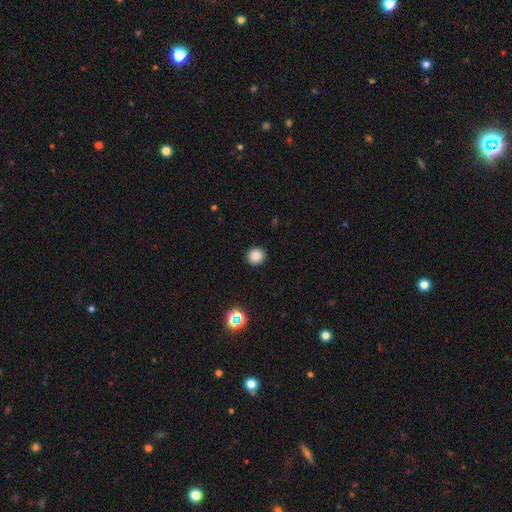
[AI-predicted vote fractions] Morphology: type=smooth (84%); roundness=round (93%); merging=none (92%).